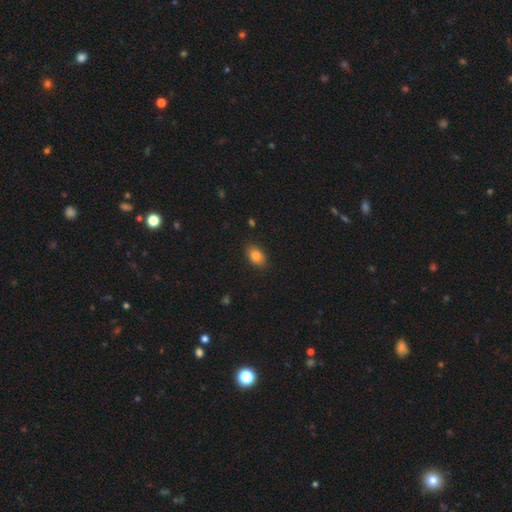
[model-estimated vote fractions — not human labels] smooth 82%, star or artifact 9%, featured or disk 9%. Down the decision tree: how rounded — in between (82%); merging — none (85%).